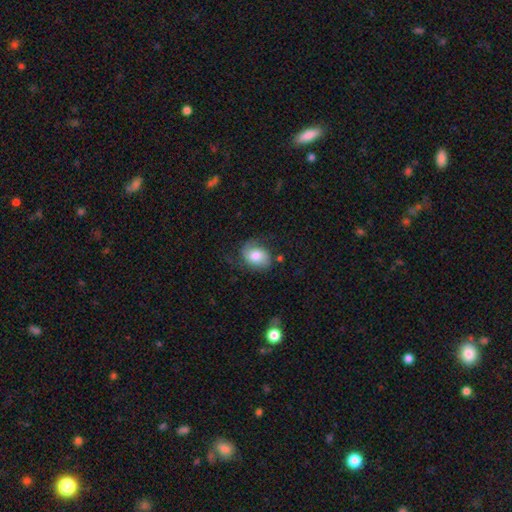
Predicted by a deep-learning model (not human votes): Morphology: type=smooth (66%); roundness=in between (69%); merging=none (58%).